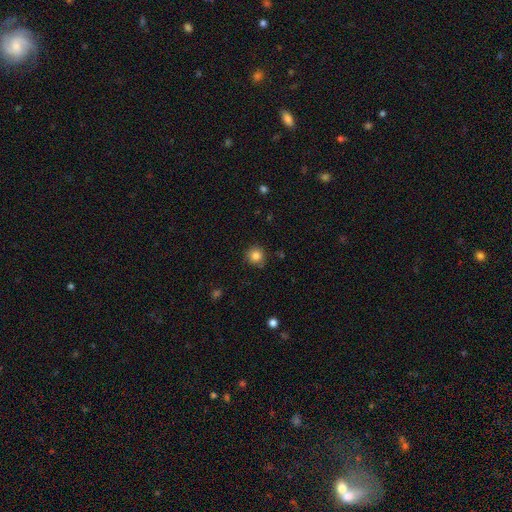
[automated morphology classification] Overall: smooth (84%). How rounded: round (93%). Merging: none (86%).